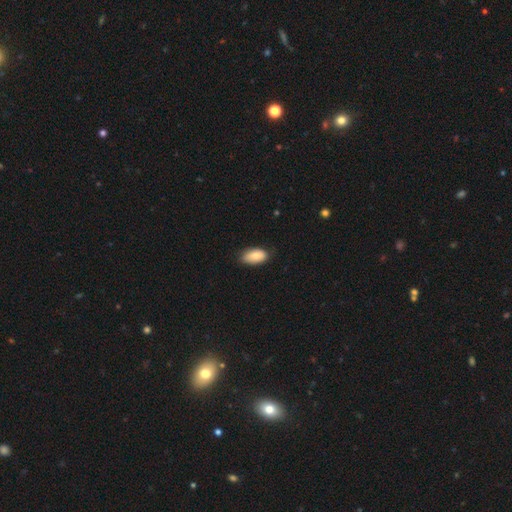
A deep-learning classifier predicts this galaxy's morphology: smooth 82%, featured or disk 12%, star or artifact 7%. Down the decision tree: how rounded — in between (94%); merging — none (75%).